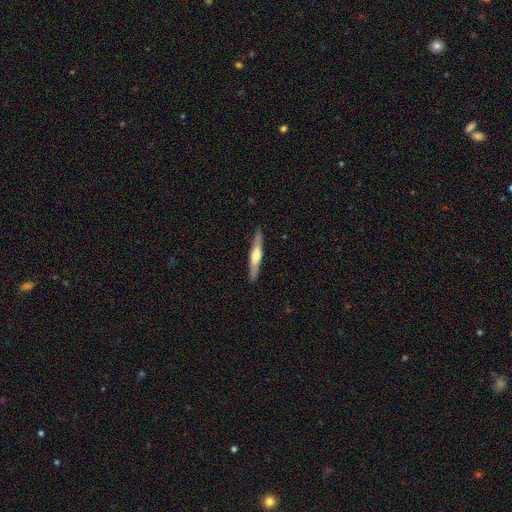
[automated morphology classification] featured or disk 53%, smooth 42%, star or artifact 5%. Down the decision tree: edge-on disk — yes (93%); merging — none (89%).